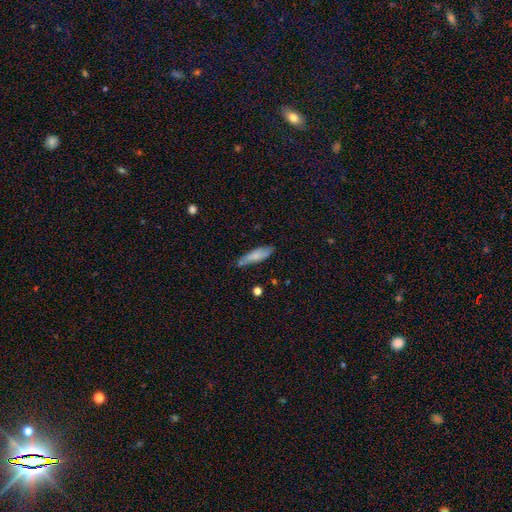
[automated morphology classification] This appears to be a smooth galaxy with no disk features (74%) that is cigar-shaped (67%). Merging: none (71%).